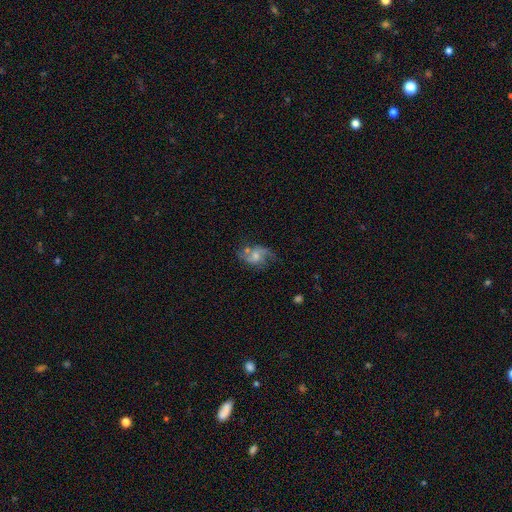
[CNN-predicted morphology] A featured or disk galaxy (69%) with no bar (56%), 2 (84%) loose (60%) spiral arms (86%) and a moderate central bulge (44%).

Vote fractions:
- Smooth or featured? featured or disk: 69% / smooth: 21% / star or artifact: 9%
- Edge-on disk? no: 97% / yes: 3%
- Bar? no: 56% / weak: 37% / strong: 7%
- Spiral arms? yes: 86% / no: 14%
- Spiral winding? loose: 60% / medium: 32% / tight: 7%
- Spiral arm count? 2: 84% / can't tell: 7% / 1: 4% / 3: 2% / 4: 1% / more than 4: 1%
- Bulge size? moderate: 44% / small: 39% / none: 10% / large: 6% / dominant: 2%
- Merging? none: 52% / minor disturbance: 22% / major disturbance: 16% / merger: 10%